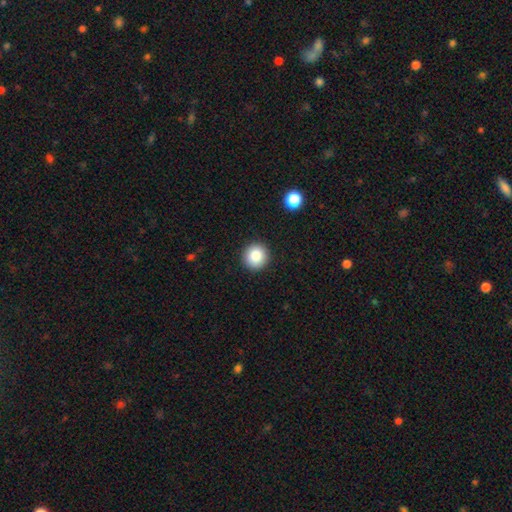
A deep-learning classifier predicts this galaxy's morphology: smooth 85%, star or artifact 10%, featured or disk 5%. Down the decision tree: how rounded — round (94%); merging — none (92%).